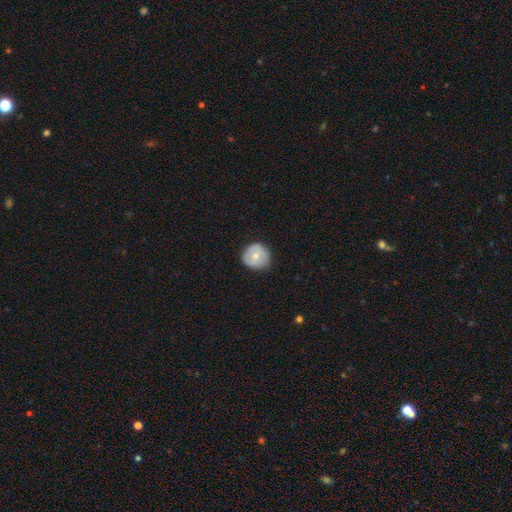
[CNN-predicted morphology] This is possibly a smooth galaxy (58%). How rounded: clearly round (90%). Merging: likely none (77%).